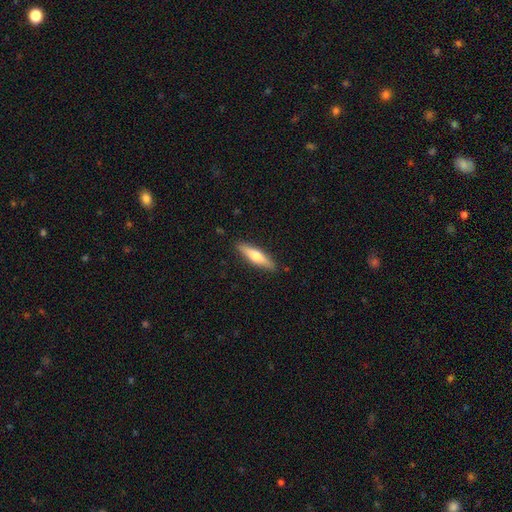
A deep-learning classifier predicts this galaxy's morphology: smooth_or_featured: smooth (p=0.56) [alt: featured or disk p=0.38]
how_rounded: cigar-shaped (p=0.74) [alt: in between p=0.24]
merging: none (p=0.88) [alt: minor disturbance p=0.09]